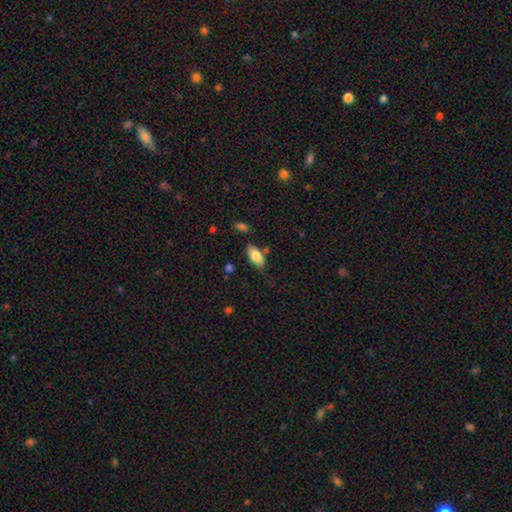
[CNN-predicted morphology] Smooth or featured: smooth — 80% (featured or disk — 14%)
How rounded: in between — 90% (cigar-shaped — 8%)
Merging: none — 74% (minor disturbance — 17%)